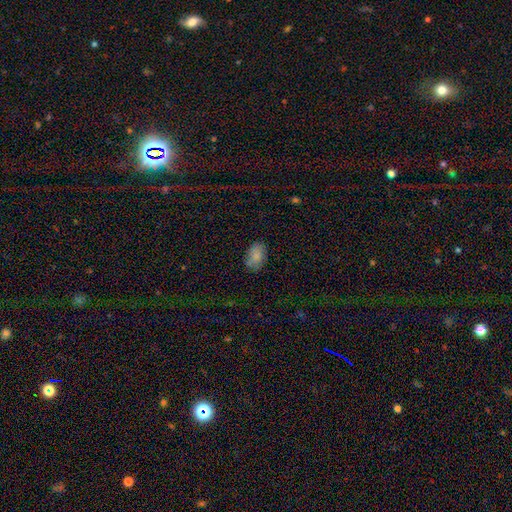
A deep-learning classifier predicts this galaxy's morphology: Smooth or featured: smooth — 83% (featured or disk — 9%)
How rounded: in between — 85% (round — 14%)
Merging: none — 74% (minor disturbance — 18%)